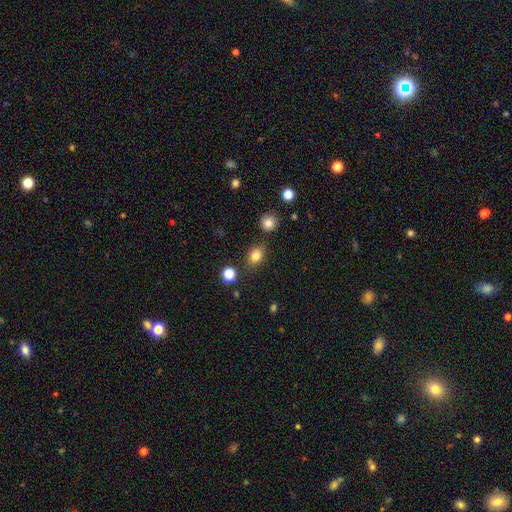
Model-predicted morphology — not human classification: Overall: smooth (81%). How rounded: in between (65%; round 34%). Merging: none (80%).